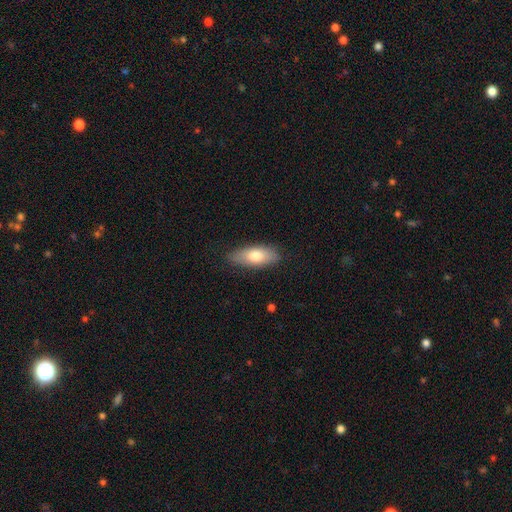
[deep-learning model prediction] Smooth or featured?
  - smooth: 74% *
  - featured or disk: 20%
  - star or artifact: 6%
How rounded?
  - in between: 77% *
  - cigar-shaped: 20%
  - round: 3%
Merging?
  - none: 83% *
  - minor disturbance: 13%
  - major disturbance: 3%
  - merger: 1%